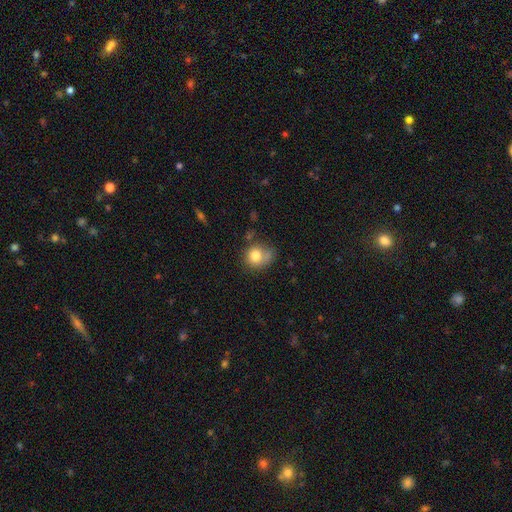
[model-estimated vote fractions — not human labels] Q: Smooth or featured?
A: smooth (78%); runner-up: featured or disk (12%)
Q: How rounded?
A: round (68%); runner-up: in between (31%)
Q: Merging?
A: none (46%); runner-up: minor disturbance (28%)